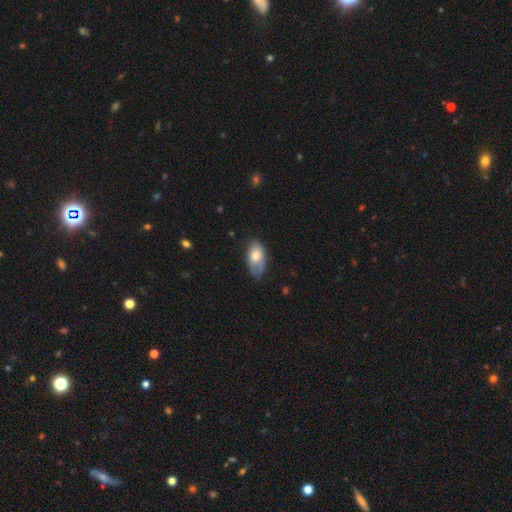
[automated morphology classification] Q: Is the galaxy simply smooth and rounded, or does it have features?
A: smooth — 71%.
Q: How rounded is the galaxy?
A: in between — 93%.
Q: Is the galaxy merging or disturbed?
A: none — 52%.